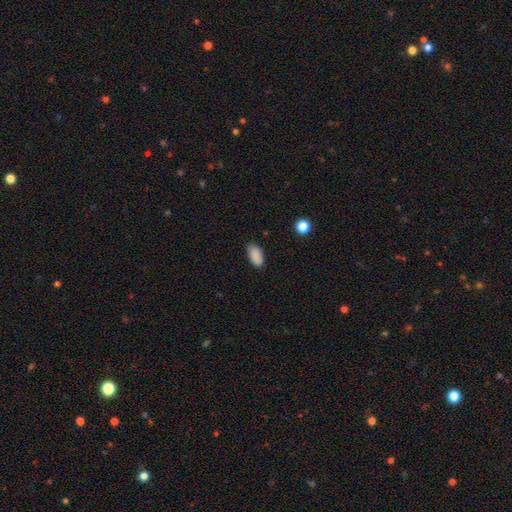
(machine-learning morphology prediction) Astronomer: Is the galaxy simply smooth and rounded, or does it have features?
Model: smooth — 89%.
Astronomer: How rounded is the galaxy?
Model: in between — 93%.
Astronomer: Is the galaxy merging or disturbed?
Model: none — 83%.